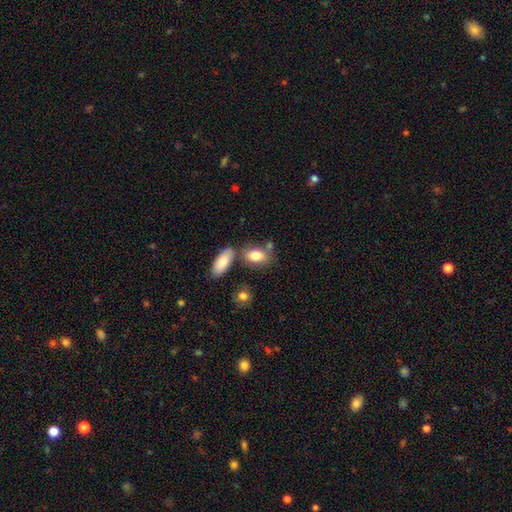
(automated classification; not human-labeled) smooth-or-featured: smooth: 81% | featured or disk: 12% | star or artifact: 7%
  how-rounded: in between: 85% | round: 11% | cigar-shaped: 4%
  merging: none: 61% | merger: 20% | minor disturbance: 15% | major disturbance: 4%